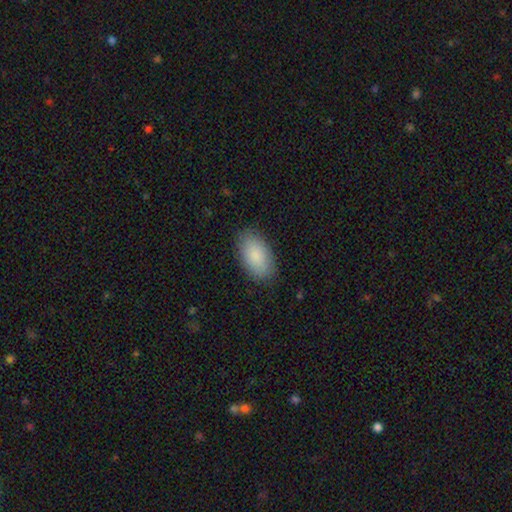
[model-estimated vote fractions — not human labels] Morphology: type=smooth (88%); roundness=in between (95%); merging=none (87%).